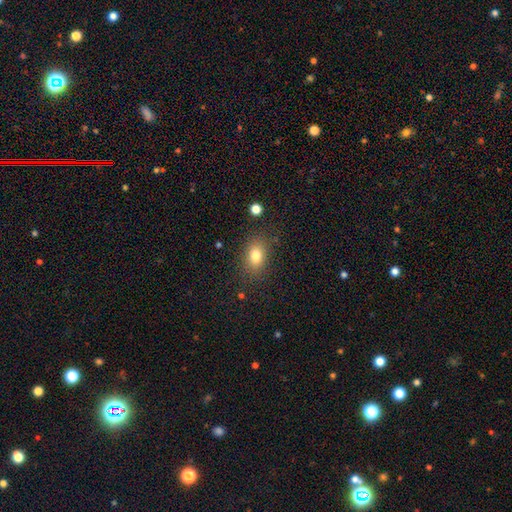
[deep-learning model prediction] smooth_or_featured: smooth (p=0.80) [alt: star or artifact p=0.11]
how_rounded: in between (p=0.76) [alt: round p=0.22]
merging: none (p=0.81) [alt: minor disturbance p=0.12]